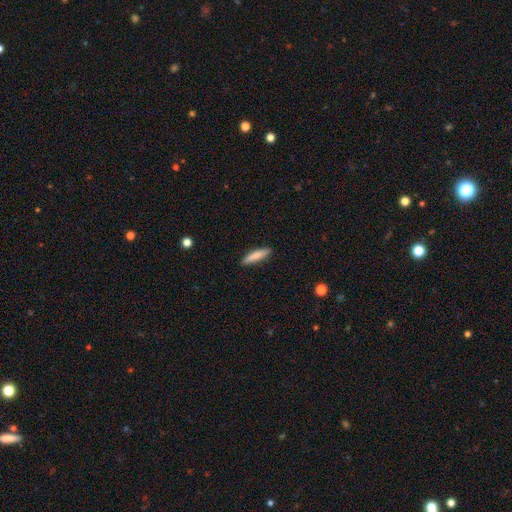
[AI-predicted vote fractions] Smooth or featured?
  - smooth: 78% *
  - featured or disk: 17%
  - star or artifact: 6%
How rounded?
  - cigar-shaped: 81% *
  - in between: 18%
  - round: 2%
Merging?
  - none: 89% *
  - minor disturbance: 8%
  - major disturbance: 2%
  - merger: 1%